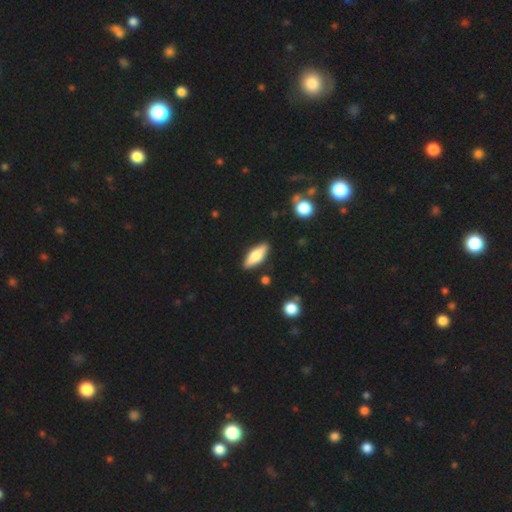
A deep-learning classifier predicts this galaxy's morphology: Overall: smooth (60%; featured or disk 34%). How rounded: in between (54%; cigar-shaped 43%). Merging: none (87%).